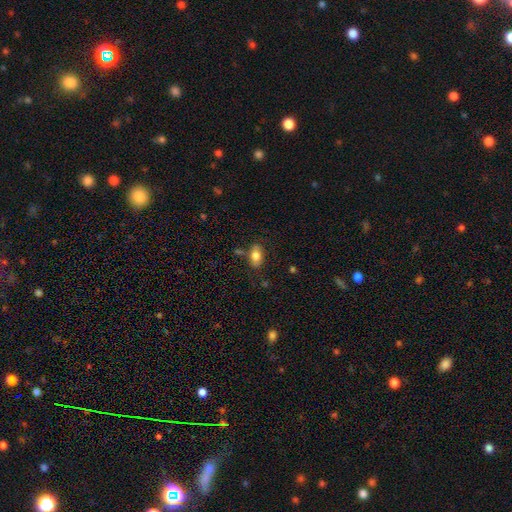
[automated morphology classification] Q: Smooth or featured?
A: smooth (80%); runner-up: featured or disk (12%)
Q: How rounded?
A: in between (89%); runner-up: round (8%)
Q: Merging?
A: none (71%); runner-up: minor disturbance (17%)